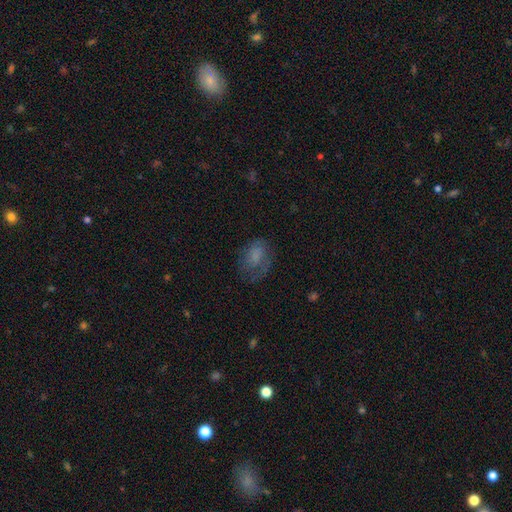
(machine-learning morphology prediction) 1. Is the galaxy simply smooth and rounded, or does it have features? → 55% smooth, 33% featured or disk, 11% star or artifact.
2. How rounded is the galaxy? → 72% in between, 26% round, 1% cigar-shaped.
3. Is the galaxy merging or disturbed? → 52% none, 24% minor disturbance, 23% major disturbance, 2% merger.